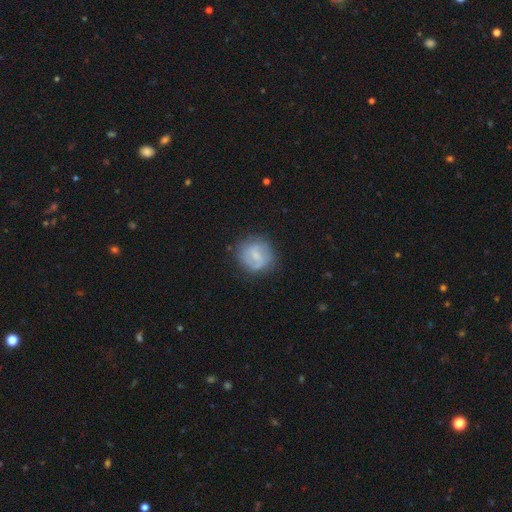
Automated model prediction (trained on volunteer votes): Overall: smooth (47%; featured or disk 45%). Merging: none (71%).